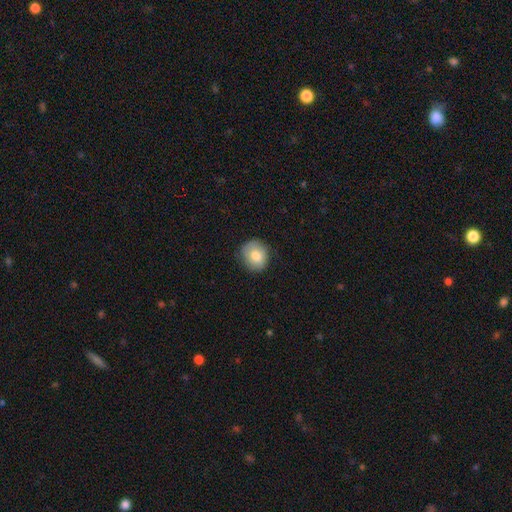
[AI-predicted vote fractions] Overall: smooth (79%). How rounded: round (77%). Merging: none (82%).